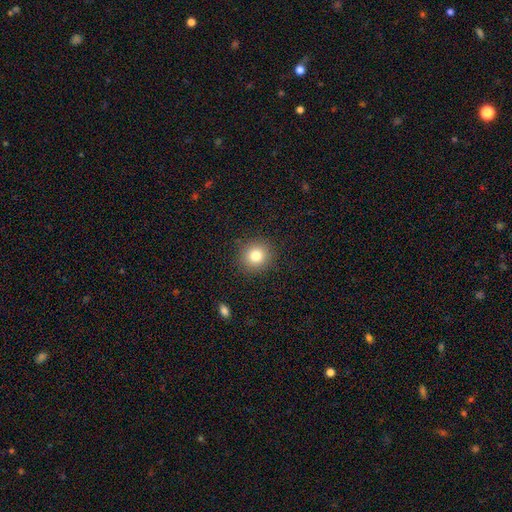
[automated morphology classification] Q: Smooth or featured?
A: smooth (81%); runner-up: star or artifact (11%)
Q: How rounded?
A: round (89%); runner-up: in between (10%)
Q: Merging?
A: none (89%); runner-up: minor disturbance (7%)